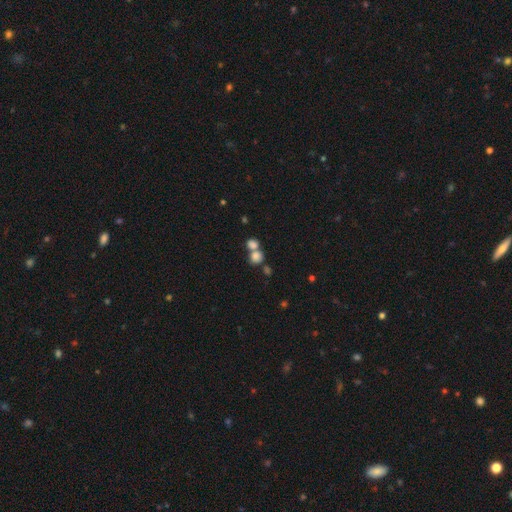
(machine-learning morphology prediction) The model was most divided on "merging": merger: 51%, none: 38%, minor disturbance: 8%, major disturbance: 4%. More confident: smooth or featured — smooth (79%); how rounded — round (72%).